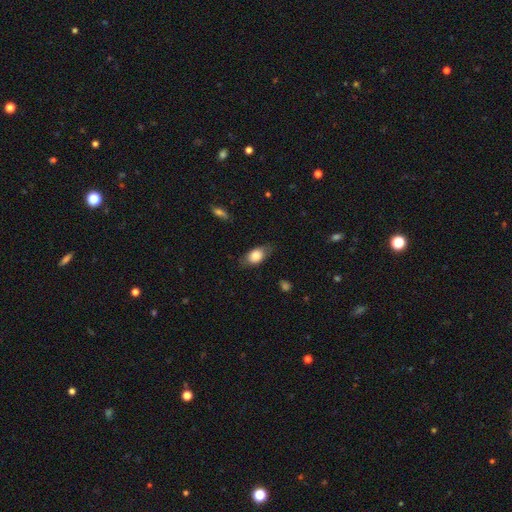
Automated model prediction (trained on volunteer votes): Smooth or featured? smooth (79%)
How rounded? in between (84%)
Merging? none (73%)